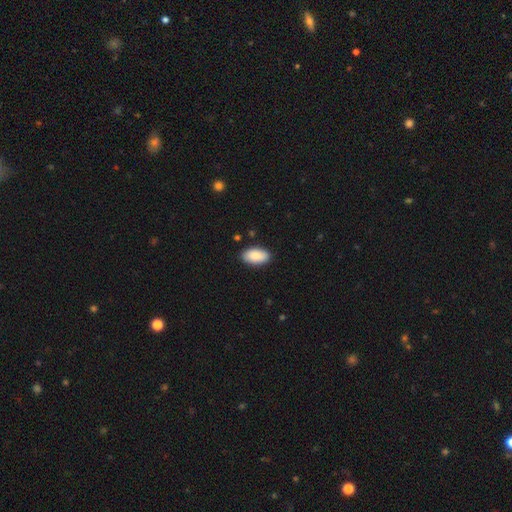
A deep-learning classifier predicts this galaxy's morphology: The model was most divided on "merging": none: 88%, minor disturbance: 9%, major disturbance: 2%, merger: 1%. More confident: how rounded — in between (95%); smooth or featured — smooth (88%).